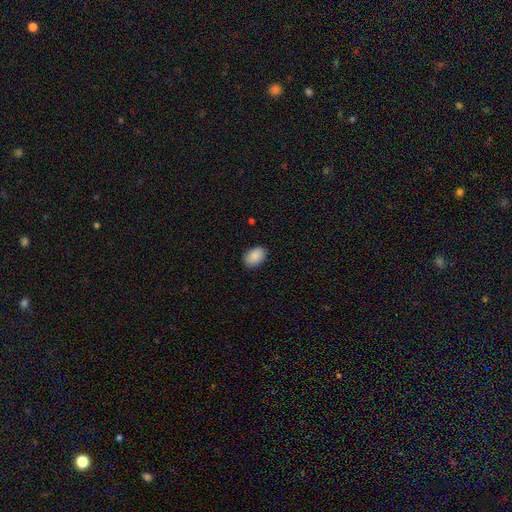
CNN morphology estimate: smooth_or_featured: smooth (p=0.89) [alt: star or artifact p=0.07]
how_rounded: in between (p=0.86) [alt: round p=0.13]
merging: none (p=0.87) [alt: minor disturbance p=0.10]